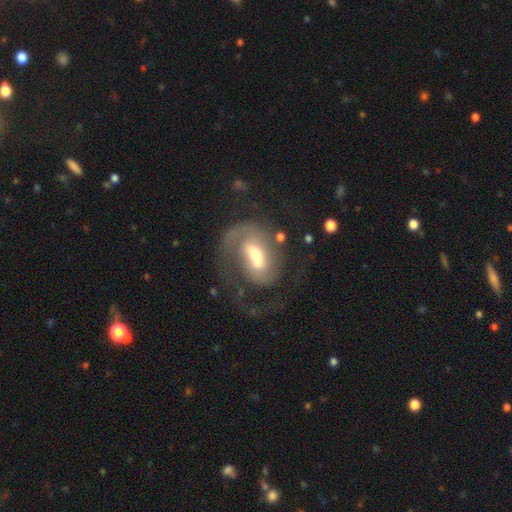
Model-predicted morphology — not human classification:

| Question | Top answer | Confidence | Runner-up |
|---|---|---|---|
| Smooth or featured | featured or disk | 79% | smooth (14%) |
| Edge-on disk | no | 97% | yes (3%) |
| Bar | weak | 47% | no (27%) |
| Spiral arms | yes | 90% | no (10%) |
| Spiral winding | medium | 44% | tight (31%) |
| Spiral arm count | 1 | 48% | 2 (34%) |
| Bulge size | moderate | 56% | small (24%) |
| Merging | none | 40% | major disturbance (36%) |